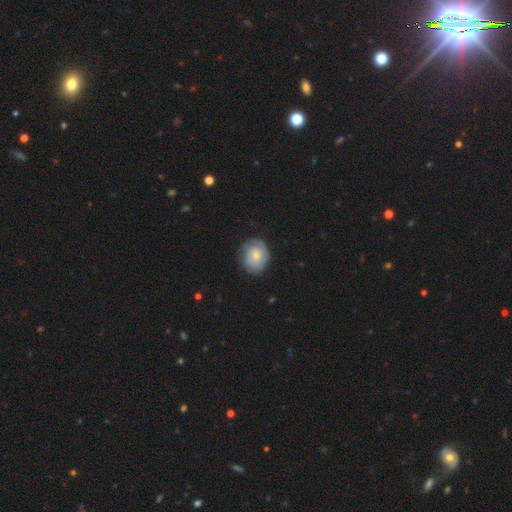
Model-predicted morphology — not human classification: A smooth galaxy with no disk features (61%) that is round (58%). Merging: none (74%).